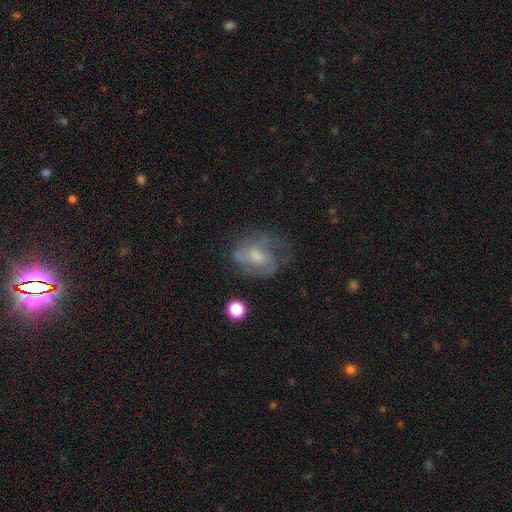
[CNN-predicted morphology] type=featured or disk (52%); edge-on=no (96%); bar=no (50%); spiral arms=yes (62%); bulge=moderate (43%); merging=none (48%).